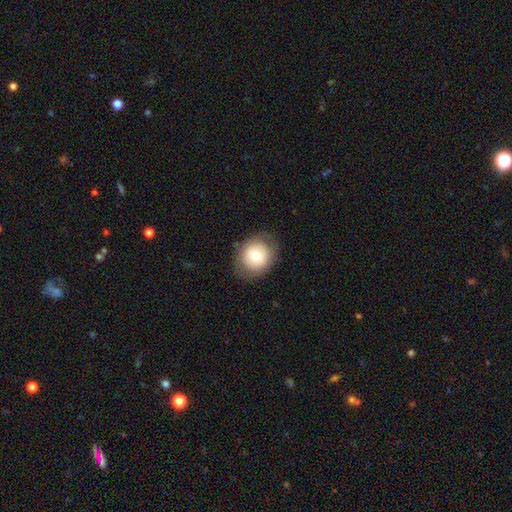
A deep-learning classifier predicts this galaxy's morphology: Smooth or featured? Predicted: smooth (p=0.72). How rounded? Predicted: round (p=0.68). Merging? Predicted: none (p=0.81).